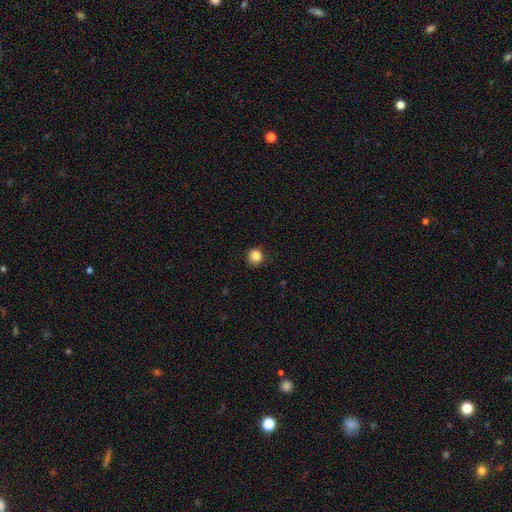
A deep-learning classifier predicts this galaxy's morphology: smooth-or-featured: smooth: 84% | star or artifact: 12% | featured or disk: 4%
  how-rounded: round: 92% | in between: 7% | cigar-shaped: 1%
  merging: none: 88% | minor disturbance: 9% | major disturbance: 2% | merger: 1%